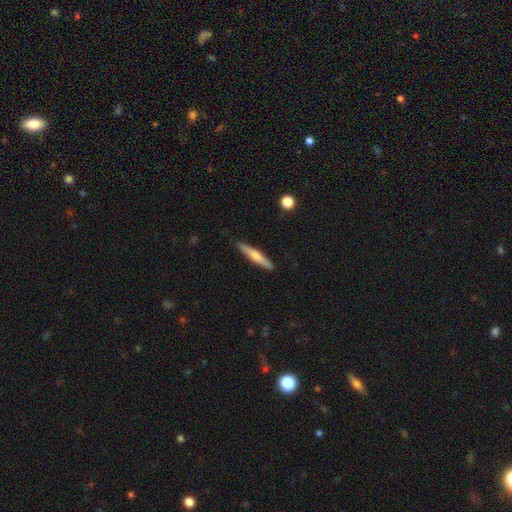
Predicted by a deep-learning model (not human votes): Smooth or featured: smooth — 55% (featured or disk — 39%)
How rounded: cigar-shaped — 93% (in between — 6%)
Merging: none — 90% (minor disturbance — 7%)